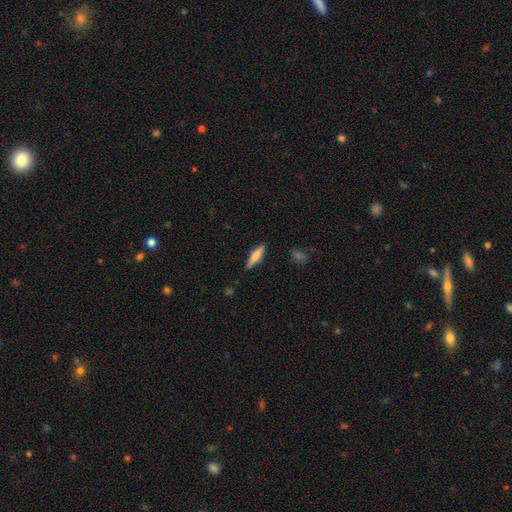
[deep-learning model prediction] Smooth or featured: smooth — 65% (featured or disk — 29%)
How rounded: cigar-shaped — 73% (in between — 25%)
Merging: none — 84% (minor disturbance — 12%)